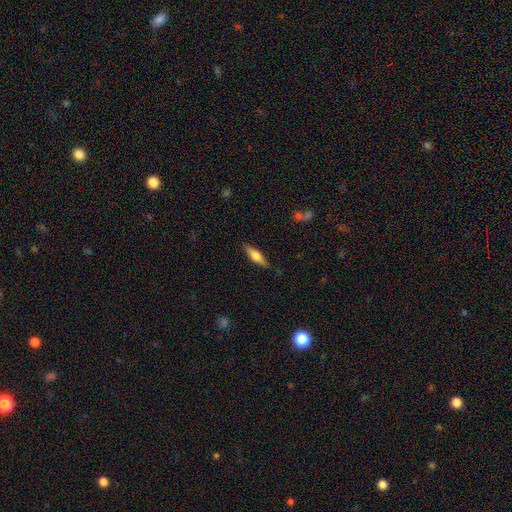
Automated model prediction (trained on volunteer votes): Smooth or featured? Predicted: smooth (p=0.57). How rounded? Predicted: cigar-shaped (p=0.61). Merging? Predicted: none (p=0.84).